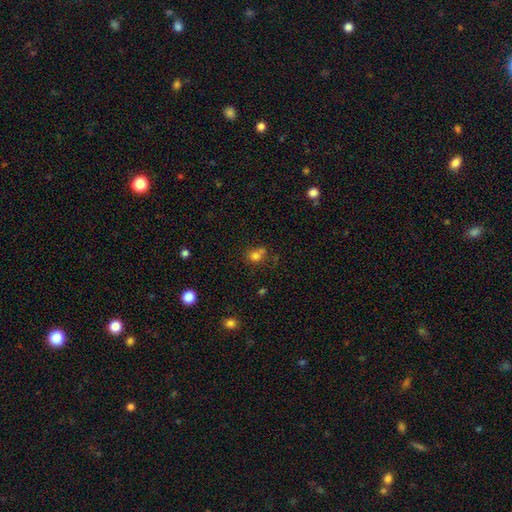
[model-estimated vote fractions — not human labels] smooth-or-featured: smooth: 76% | star or artifact: 15% | featured or disk: 10%
  how-rounded: round: 73% | in between: 26% | cigar-shaped: 1%
  merging: none: 48% | merger: 34% | minor disturbance: 13% | major disturbance: 5%